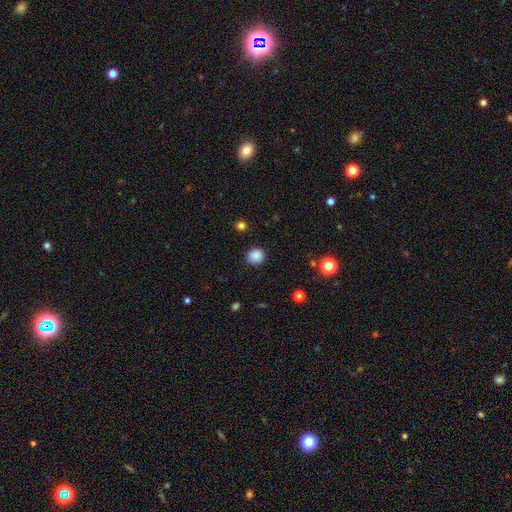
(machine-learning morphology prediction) This appears to be a smooth galaxy with no disk features (86%) that is round (86%). Merging: none (87%).